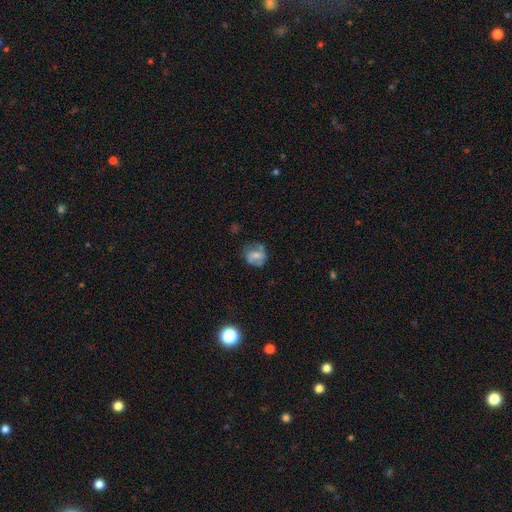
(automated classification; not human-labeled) Smooth or featured? Predicted: featured or disk (p=0.46). Merging? Predicted: none (p=0.59).